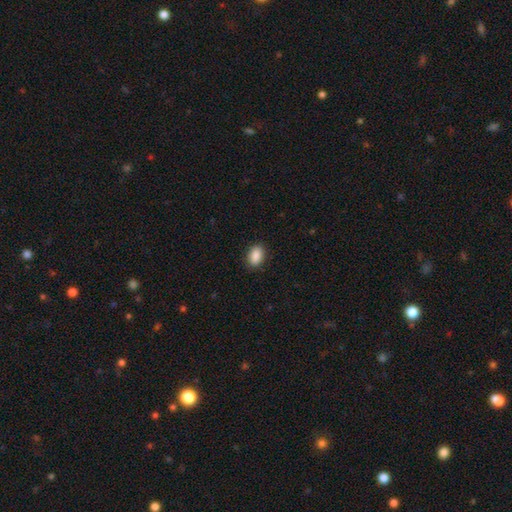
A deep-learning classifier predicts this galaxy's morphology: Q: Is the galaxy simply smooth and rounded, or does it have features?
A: smooth — 89%.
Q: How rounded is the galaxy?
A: in between — 87%.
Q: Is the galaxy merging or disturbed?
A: none — 88%.